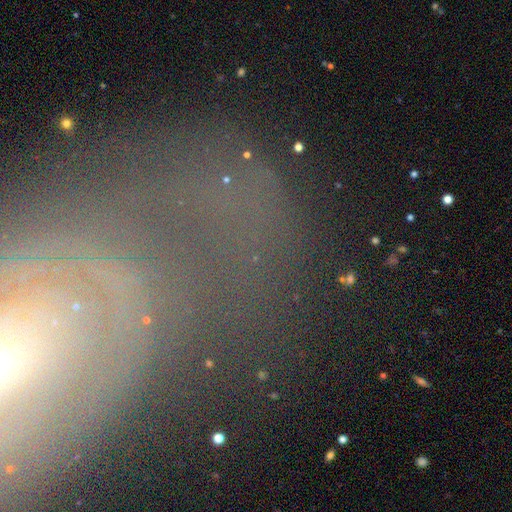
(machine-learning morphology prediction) A featured or disk galaxy (46%).

Vote fractions:
- Smooth or featured? featured or disk: 46% / star or artifact: 33% / smooth: 21%
- Merging? none: 61% / minor disturbance: 16% / major disturbance: 15% / merger: 8%